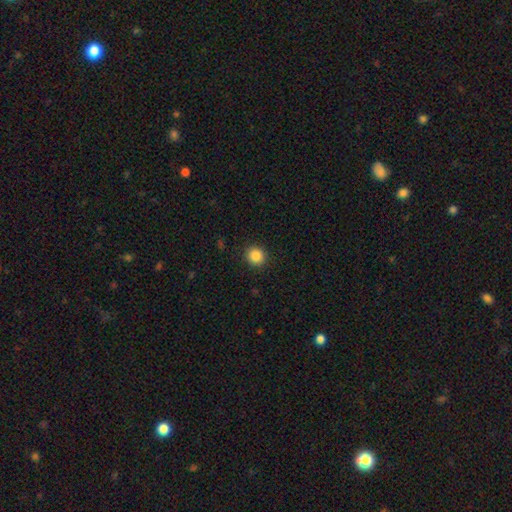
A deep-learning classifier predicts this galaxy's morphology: Smooth or featured? smooth (86%)
How rounded? round (91%)
Merging? none (92%)